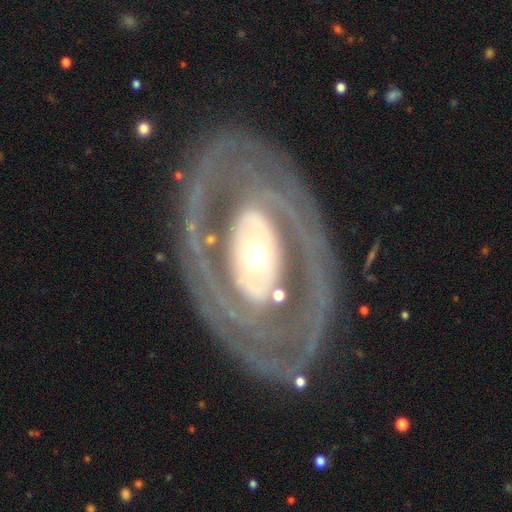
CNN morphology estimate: The model was most divided on "spiral winding": tight: 58%, medium: 30%, loose: 12%. More confident: edge-on disk — no (94%); smooth or featured — featured or disk (85%); merging — none (80%); spiral arms — yes (71%); spiral arm count — 2 (63%); bulge size — moderate (63%); bar — no (60%).